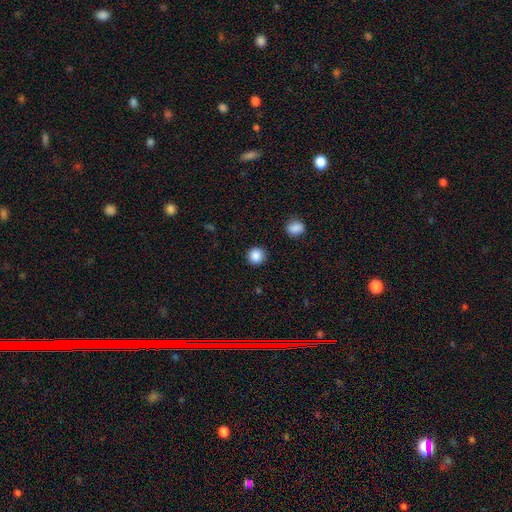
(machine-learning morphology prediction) The model was most divided on "smooth or featured": smooth: 87%, star or artifact: 10%, featured or disk: 3%. More confident: how rounded — round (93%); merging — none (91%).